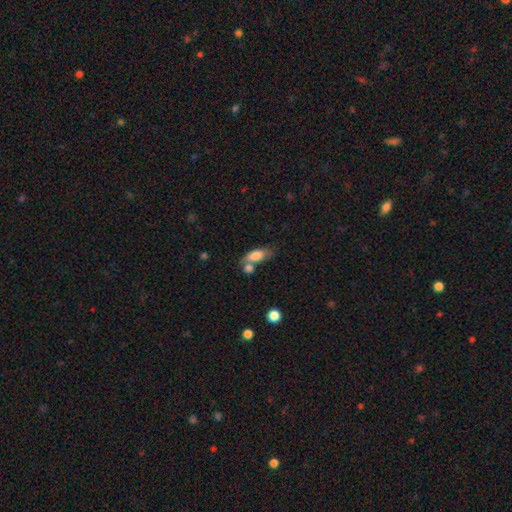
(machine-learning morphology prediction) smooth-or-featured: smooth: 80% | featured or disk: 13% | star or artifact: 7%
  how-rounded: in between: 80% | cigar-shaped: 16% | round: 4%
  merging: none: 44% | merger: 33% | minor disturbance: 17% | major disturbance: 7%